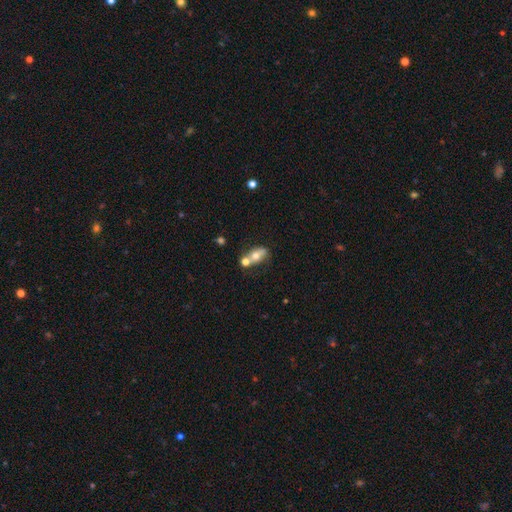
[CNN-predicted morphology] Smooth or featured?
  - smooth: 57% *
  - featured or disk: 33%
  - star or artifact: 10%
How rounded?
  - in between: 76% *
  - round: 19%
  - cigar-shaped: 5%
Merging?
  - merger: 41% *
  - none: 39%
  - minor disturbance: 14%
  - major disturbance: 6%